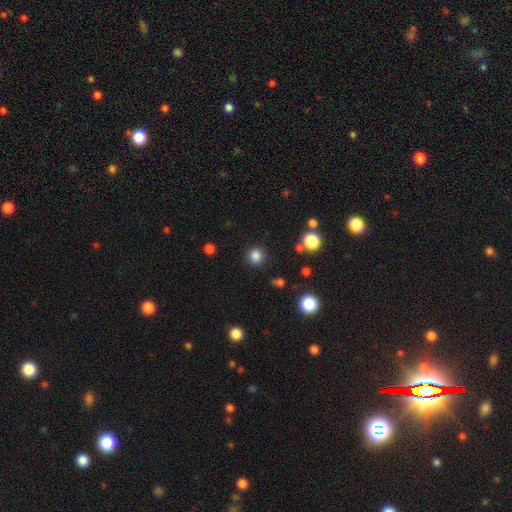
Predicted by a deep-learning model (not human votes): Morphology: type=smooth (83%); roundness=round (92%); merging=none (89%).